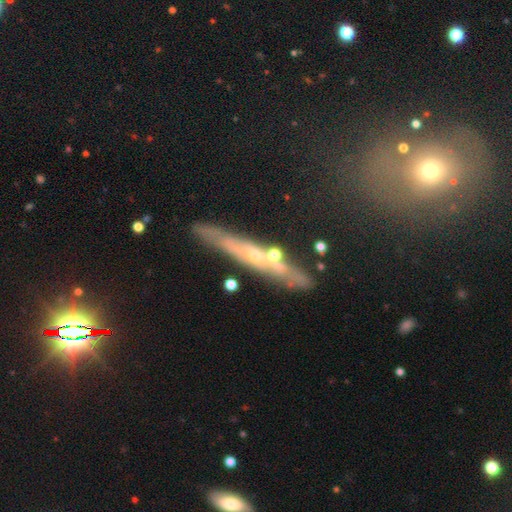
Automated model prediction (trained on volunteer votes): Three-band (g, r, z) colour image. It shows a featured or disk galaxy (66%) viewed edge-on (77%) with a rounded central bulge (53%). Merging: none (75%).